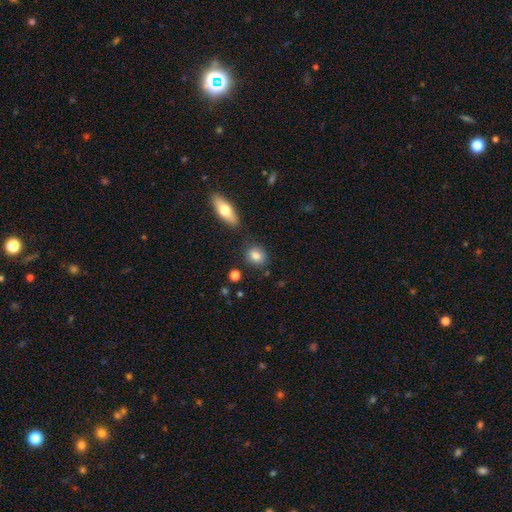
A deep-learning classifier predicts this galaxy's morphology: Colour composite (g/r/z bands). It shows a smooth galaxy with no disk features (82%) that is round (60%). Merging: none (80%).